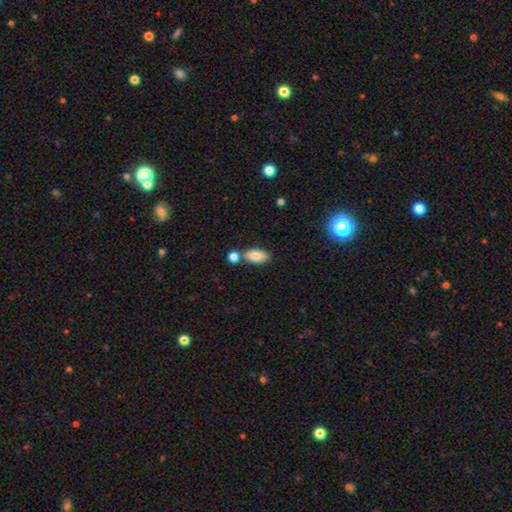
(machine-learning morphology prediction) smooth 83%, featured or disk 9%, star or artifact 8%. Down the decision tree: how rounded — in between (90%); merging — none (68%).